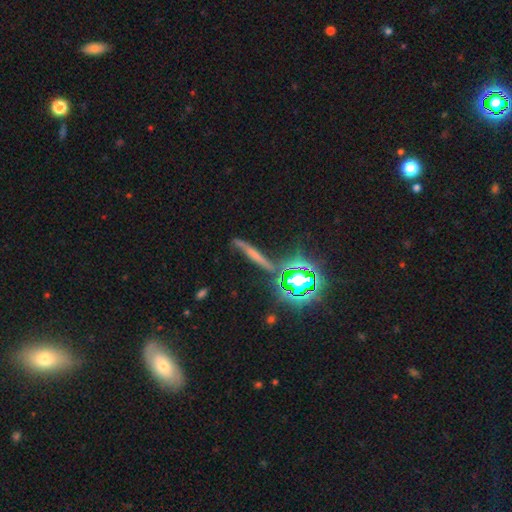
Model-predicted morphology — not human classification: Overall: featured or disk (35%; smooth 33%). Merging: none (71%).